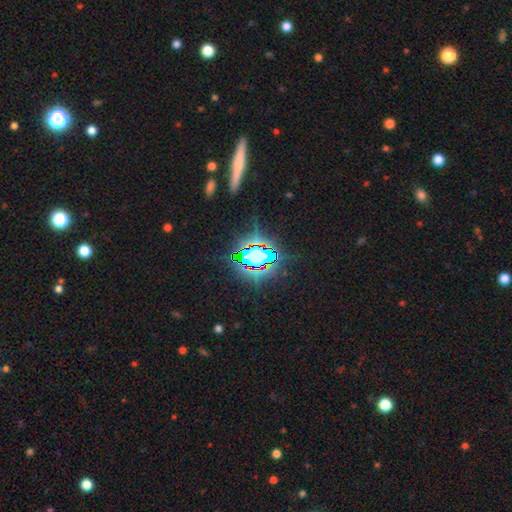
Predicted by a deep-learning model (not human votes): Smooth or featured: star or artifact — 73% (smooth — 15%)